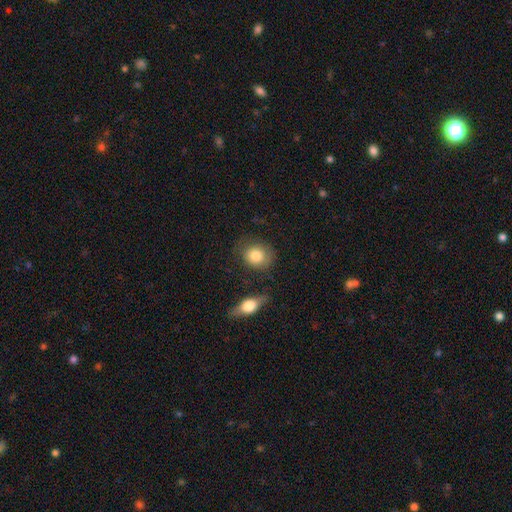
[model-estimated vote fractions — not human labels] This is clearly a smooth galaxy (81%). How rounded: likely round (73%). Merging: likely none (73%).